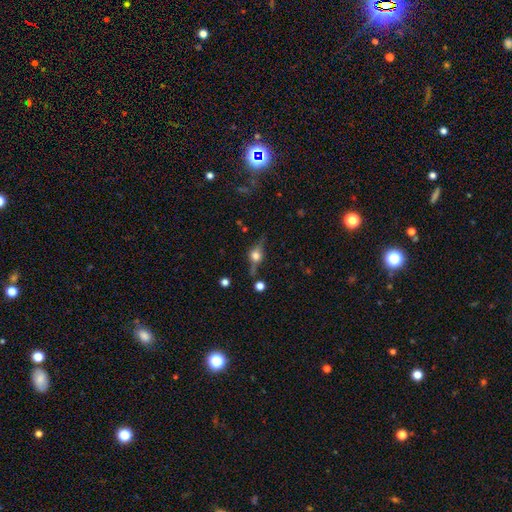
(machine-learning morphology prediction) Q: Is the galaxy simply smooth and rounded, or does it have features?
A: featured or disk — 65%.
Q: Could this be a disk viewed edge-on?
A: yes — 92%.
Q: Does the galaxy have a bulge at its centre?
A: rounded — 95%.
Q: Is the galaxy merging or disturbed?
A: none — 75%.